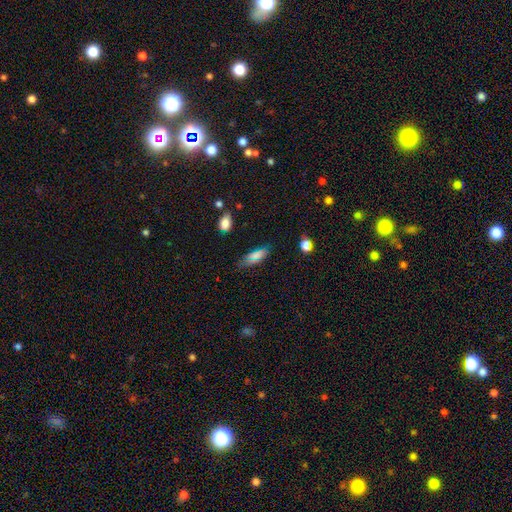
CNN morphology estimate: smooth 74%, featured or disk 14%, star or artifact 11%. Down the decision tree: how rounded — in between (59%); merging — none (69%).